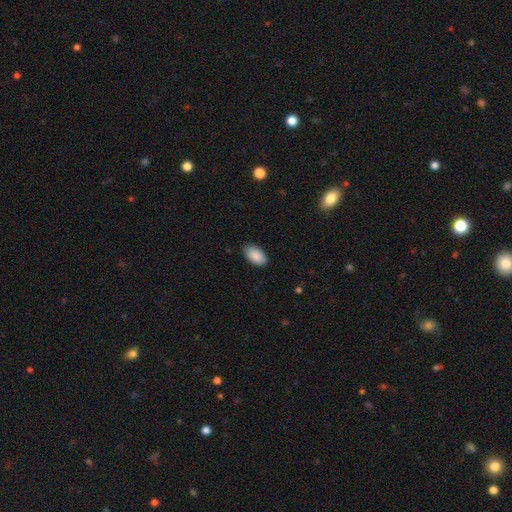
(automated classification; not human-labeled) A smooth galaxy with no disk features (90%) that is in between round and cigar-shaped (95%).

Vote fractions:
- Smooth or featured? smooth: 90% / star or artifact: 6% / featured or disk: 4%
- How rounded? in between: 95% / round: 3% / cigar-shaped: 2%
- Merging? none: 84% / minor disturbance: 13% / major disturbance: 2% / merger: 1%